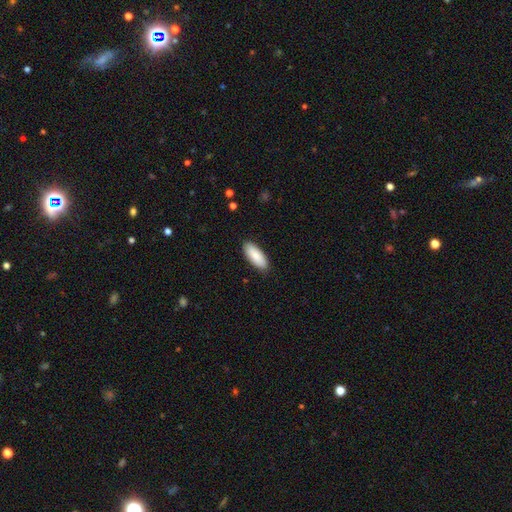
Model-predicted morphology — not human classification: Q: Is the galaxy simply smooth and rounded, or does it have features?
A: smooth — 88%.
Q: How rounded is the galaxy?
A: in between — 79%.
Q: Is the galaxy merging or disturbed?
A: none — 89%.